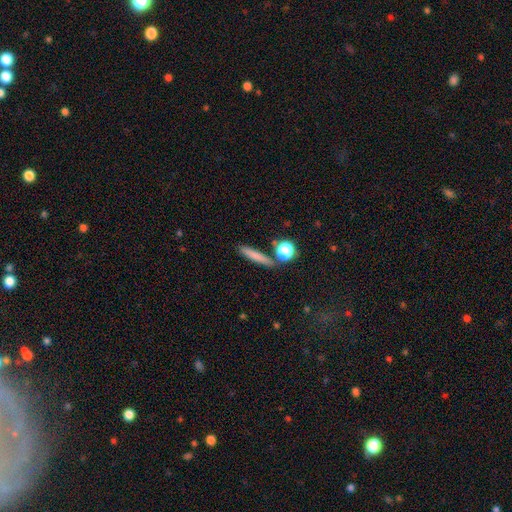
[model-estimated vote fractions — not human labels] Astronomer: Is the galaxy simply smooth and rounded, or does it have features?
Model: smooth — 76%.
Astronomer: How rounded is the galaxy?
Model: cigar-shaped — 82%.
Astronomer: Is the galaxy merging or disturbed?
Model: none — 81%.